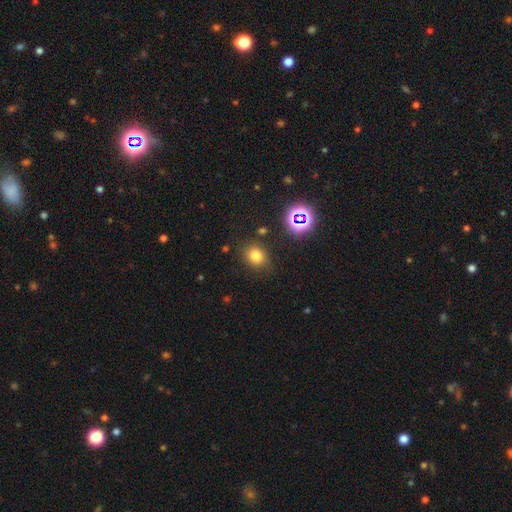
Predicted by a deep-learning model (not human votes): smooth_or_featured: smooth (p=0.75) [alt: star or artifact p=0.18]
how_rounded: round (p=0.64) [alt: in between p=0.35]
merging: none (p=0.79) [alt: minor disturbance p=0.13]